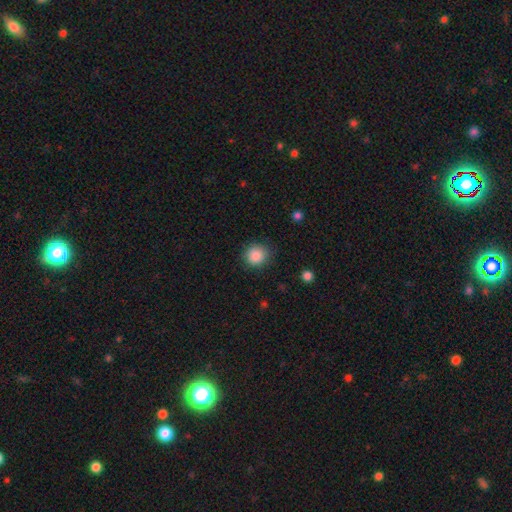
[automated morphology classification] Smooth or featured? Predicted: smooth (p=0.87). How rounded? Predicted: round (p=0.87). Merging? Predicted: none (p=0.83).